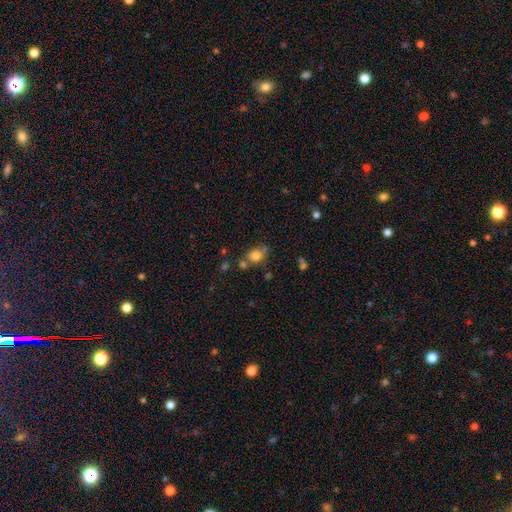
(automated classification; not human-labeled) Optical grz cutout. It shows a smooth galaxy with no disk features (78%) that is round (51%). Merging: none (56%).